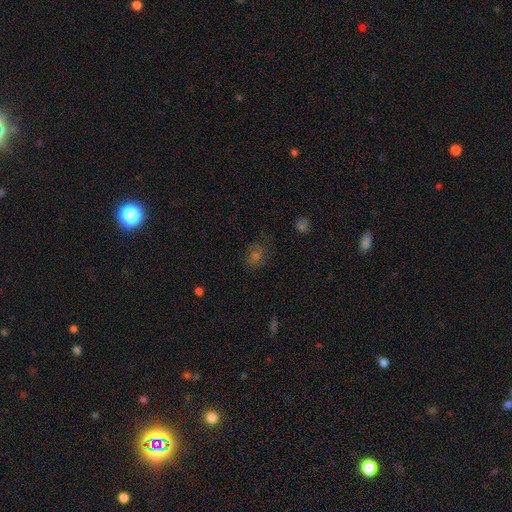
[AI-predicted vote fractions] This appears to be a smooth galaxy with no disk features (41%). Merging: none (73%).